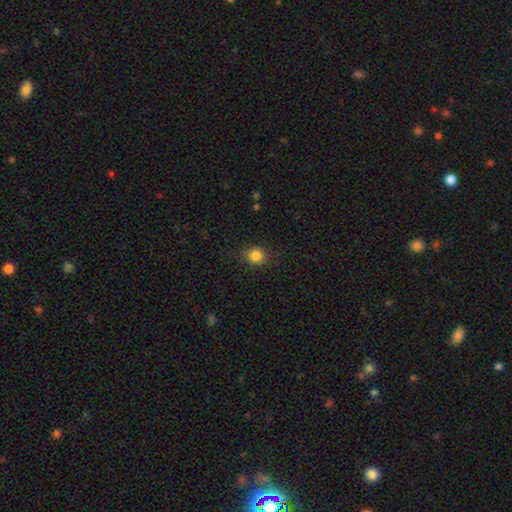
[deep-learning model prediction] This appears to be a smooth galaxy with no disk features (85%) that is round (83%). Merging: none (86%).